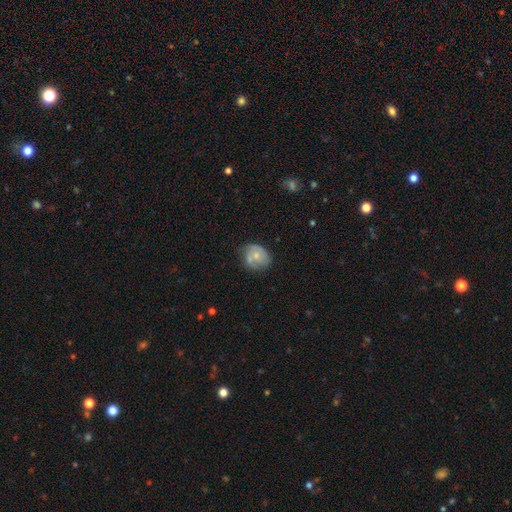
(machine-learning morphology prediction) Smooth or featured: smooth — 57% (featured or disk — 35%)
How rounded: round — 68% (in between — 31%)
Merging: none — 51% (minor disturbance — 27%)